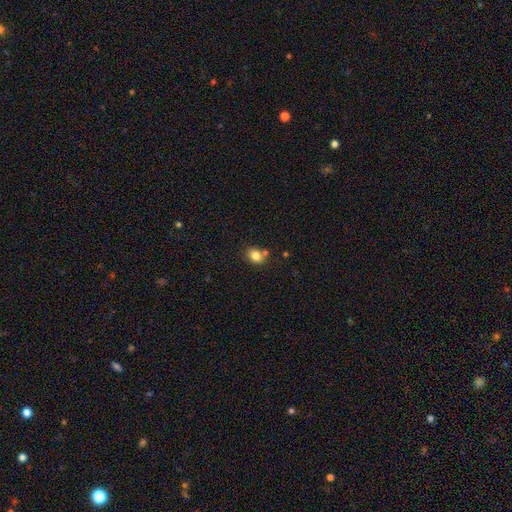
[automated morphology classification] Smooth or featured?
  - smooth: 82% *
  - star or artifact: 10%
  - featured or disk: 7%
How rounded?
  - round: 53% *
  - in between: 46%
  - cigar-shaped: 1%
Merging?
  - none: 68% *
  - merger: 16%
  - minor disturbance: 13%
  - major disturbance: 3%